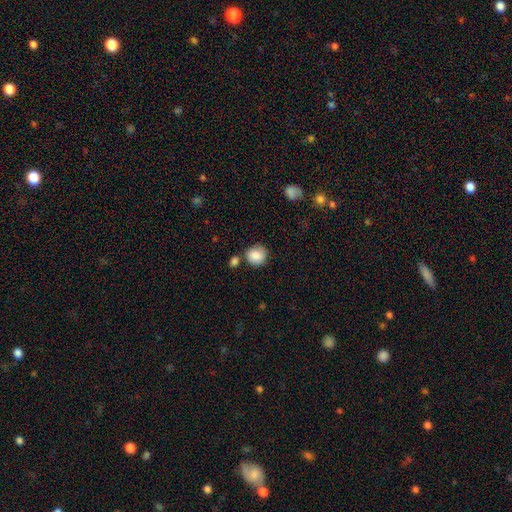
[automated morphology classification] A smooth galaxy with no disk features (87%) that is round (85%).

Vote fractions:
- Smooth or featured? smooth: 87% / star or artifact: 8% / featured or disk: 5%
- How rounded? round: 85% / in between: 14% / cigar-shaped: 1%
- Merging? none: 71% / minor disturbance: 15% / merger: 10% / major disturbance: 4%